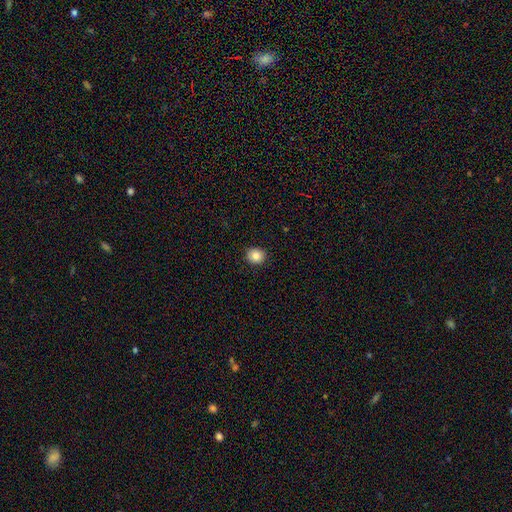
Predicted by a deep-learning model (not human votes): smooth 86%, star or artifact 10%, featured or disk 5%. Down the decision tree: how rounded — round (81%); merging — none (91%).